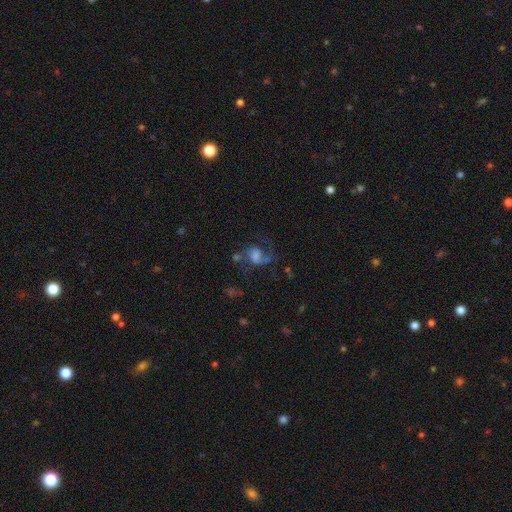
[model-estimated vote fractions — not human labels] This appears to be a featured or disk galaxy (57%) with no bar (50%), spiral arms (82%) and no central bulge (30%). Merging: none (37%).